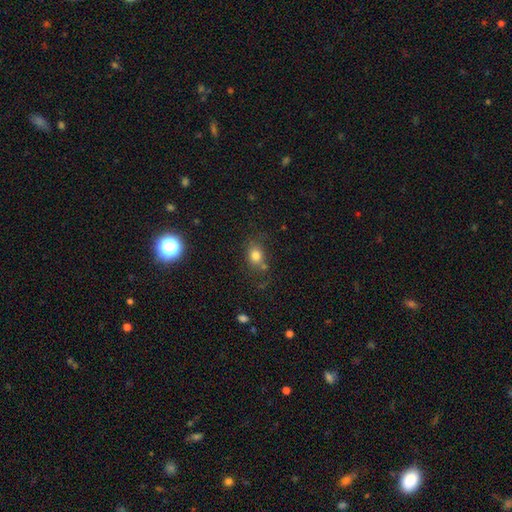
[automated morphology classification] Smooth or featured?
  - smooth: 78% *
  - star or artifact: 13%
  - featured or disk: 9%
How rounded?
  - round: 53% *
  - in between: 46%
  - cigar-shaped: 1%
Merging?
  - none: 64% *
  - minor disturbance: 17%
  - merger: 12%
  - major disturbance: 7%